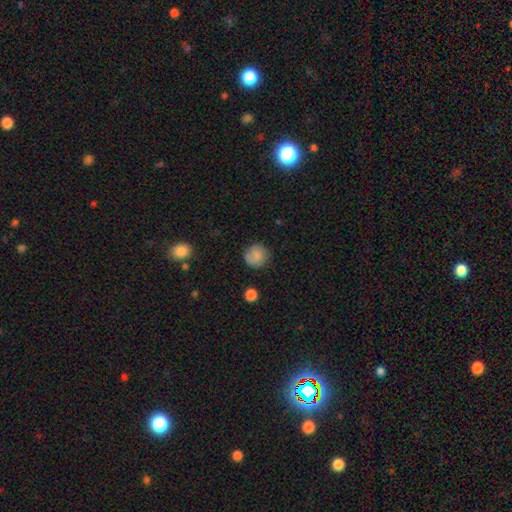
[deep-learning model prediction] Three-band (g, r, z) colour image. It shows a smooth galaxy with no disk features (83%) that is round (92%). Merging: none (81%).